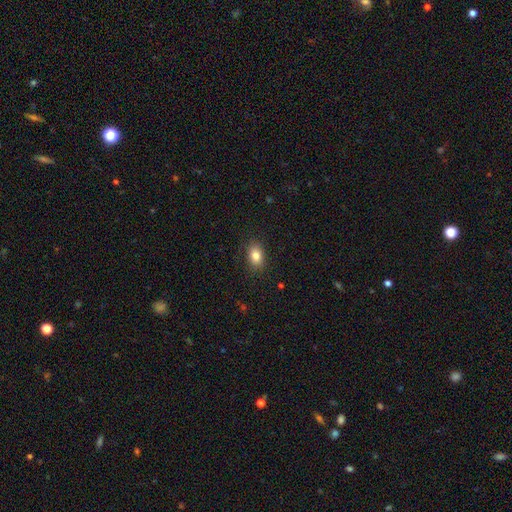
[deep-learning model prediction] Smooth or featured? Predicted: smooth (p=0.83). How rounded? Predicted: in between (p=0.80). Merging? Predicted: none (p=0.87).